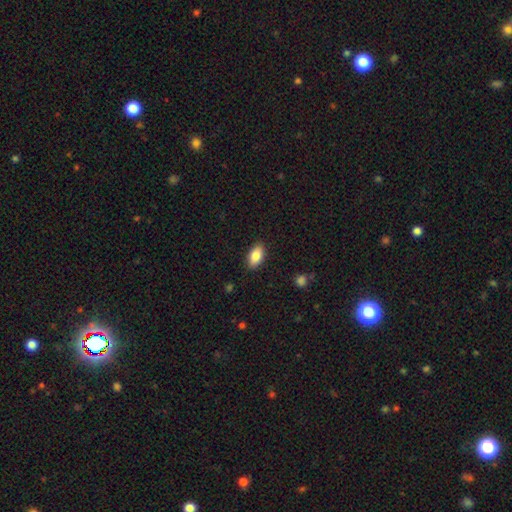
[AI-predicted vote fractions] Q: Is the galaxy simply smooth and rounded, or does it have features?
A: smooth — 86%.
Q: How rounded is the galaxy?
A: in between — 92%.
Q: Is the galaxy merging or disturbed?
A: none — 88%.